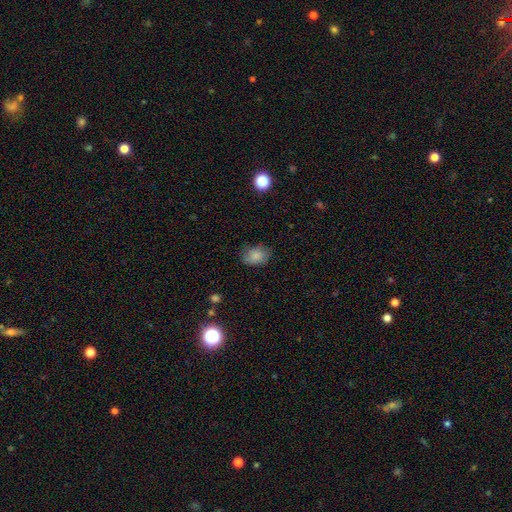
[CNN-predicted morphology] This appears to be a smooth galaxy with no disk features (83%) that is in between round and cigar-shaped (66%). Merging: none (72%).